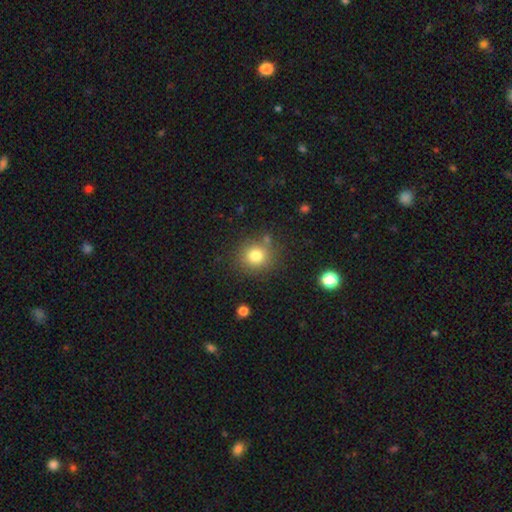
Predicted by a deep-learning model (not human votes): This appears to be a smooth galaxy with no disk features (80%) that is round (88%). Merging: none (80%).